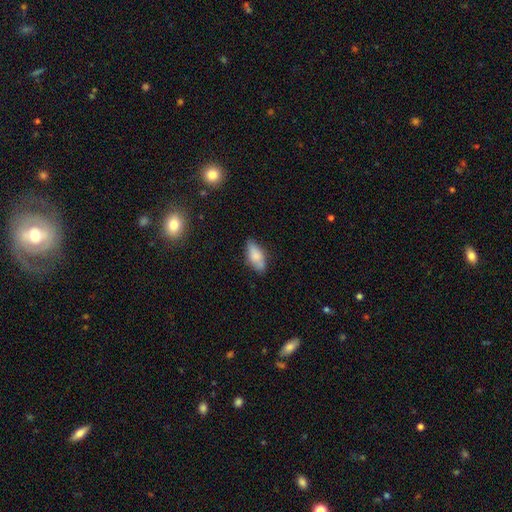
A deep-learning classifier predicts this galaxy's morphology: Smooth or featured: smooth — 79% (featured or disk — 14%)
How rounded: in between — 85% (cigar-shaped — 12%)
Merging: none — 72% (minor disturbance — 22%)